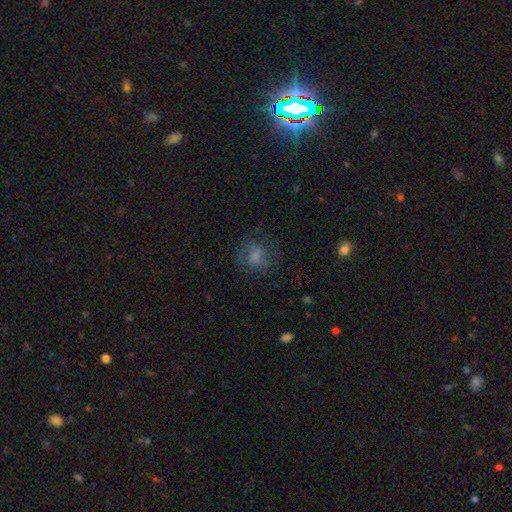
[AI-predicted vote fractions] smooth_or_featured: smooth (p=0.66) [alt: featured or disk p=0.21]
how_rounded: round (p=0.70) [alt: in between p=0.29]
merging: none (p=0.63) [alt: minor disturbance p=0.19]